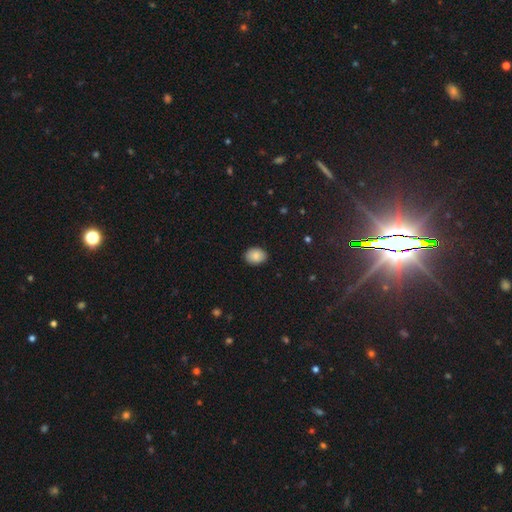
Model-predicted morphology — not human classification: Smooth or featured?
  - smooth: 87% *
  - star or artifact: 8%
  - featured or disk: 5%
How rounded?
  - in between: 66% *
  - round: 33%
  - cigar-shaped: 1%
Merging?
  - none: 89% *
  - minor disturbance: 9%
  - major disturbance: 2%
  - merger: 1%